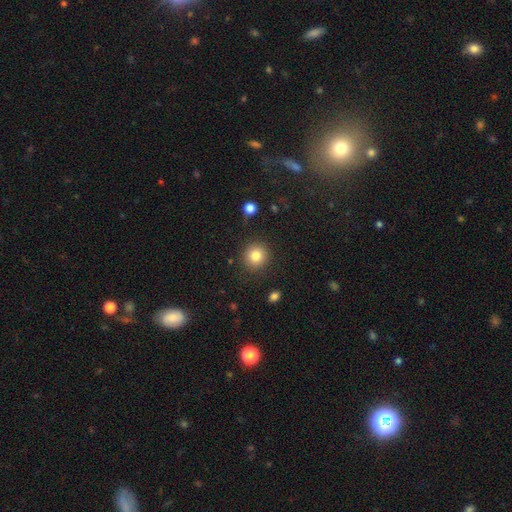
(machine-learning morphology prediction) Smooth or featured: smooth — 83% (star or artifact — 11%)
How rounded: round — 92% (in between — 7%)
Merging: none — 89% (minor disturbance — 7%)